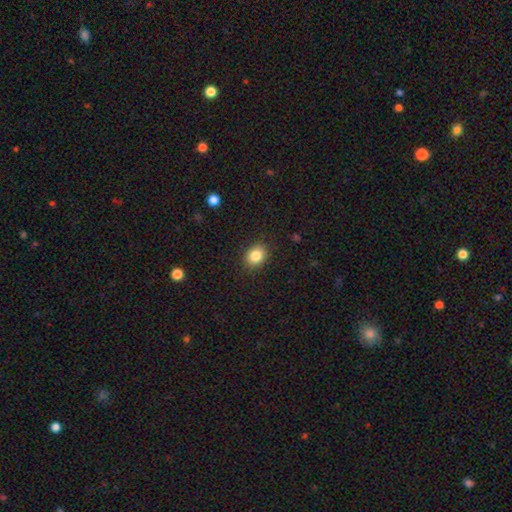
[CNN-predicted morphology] The model was most divided on "how rounded": in between: 52%, round: 47%, cigar-shaped: 1%. More confident: merging — none (88%); smooth or featured — smooth (85%).